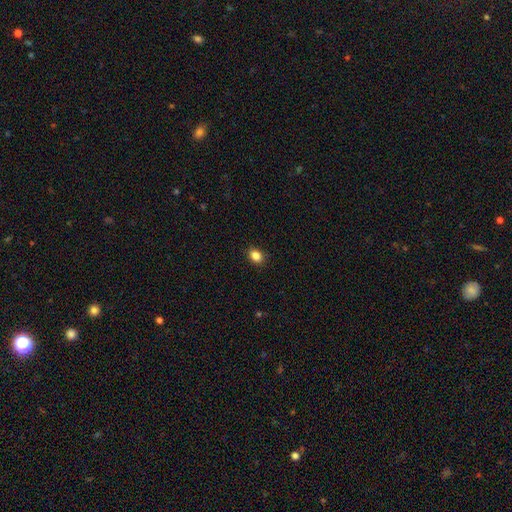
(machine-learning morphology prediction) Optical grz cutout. It shows a smooth galaxy with no disk features (86%) that is in between round and cigar-shaped (64%). Merging: none (90%).